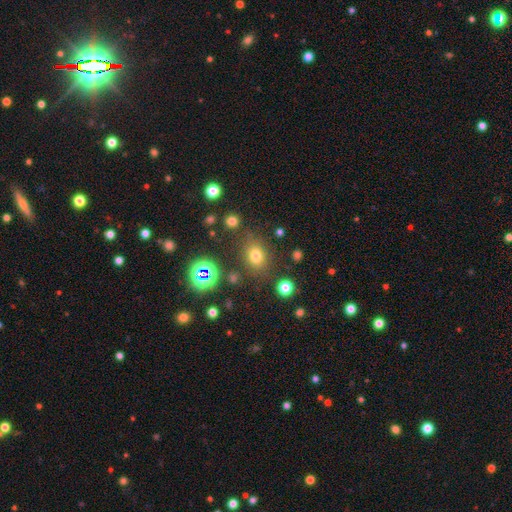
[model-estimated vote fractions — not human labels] A smooth galaxy with no disk features (70%) that is round (50%).

Vote fractions:
- Smooth or featured? smooth: 70% / star or artifact: 21% / featured or disk: 8%
- How rounded? round: 50% / in between: 49% / cigar-shaped: 1%
- Merging? none: 78% / minor disturbance: 12% / major disturbance: 5% / merger: 5%